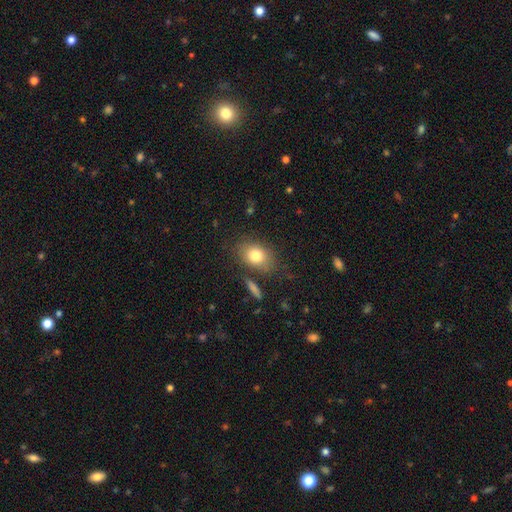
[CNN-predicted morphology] This is likely a smooth galaxy (80%). How rounded: likely in between (72%). Merging: likely none (76%).